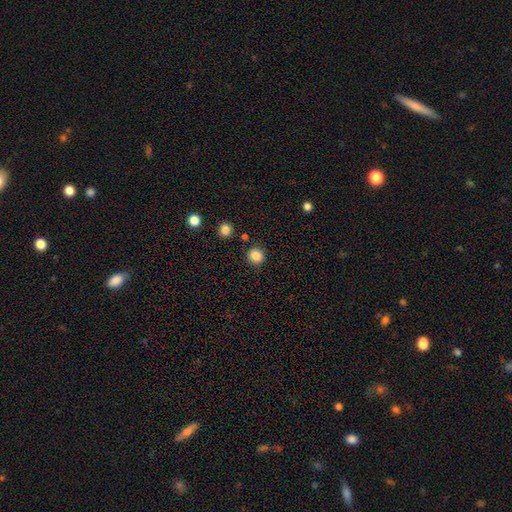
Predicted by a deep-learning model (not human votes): Overall: smooth (85%). How rounded: round (88%). Merging: none (88%).